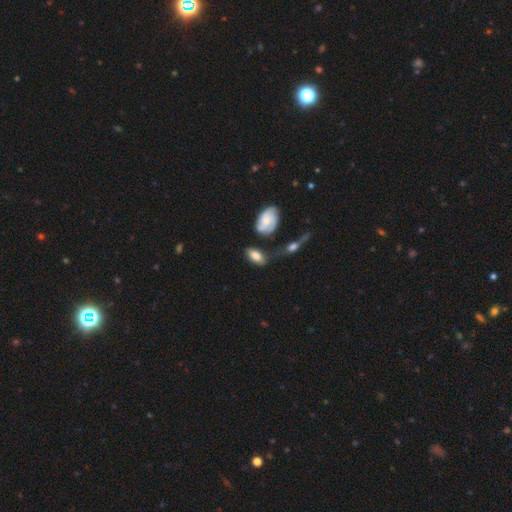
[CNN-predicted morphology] smooth-or-featured: smooth: 70% | featured or disk: 23% | star or artifact: 7%
  how-rounded: in between: 89% | cigar-shaped: 6% | round: 5%
  merging: none: 57% | minor disturbance: 21% | merger: 13% | major disturbance: 9%